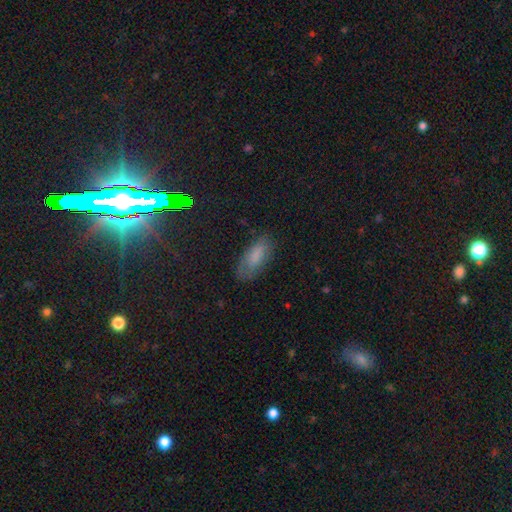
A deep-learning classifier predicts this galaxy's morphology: Smooth or featured? Predicted: smooth (p=0.72). How rounded? Predicted: in between (p=0.82). Merging? Predicted: none (p=0.72).